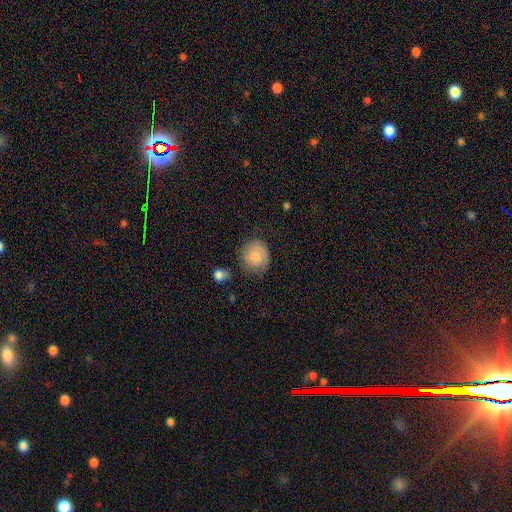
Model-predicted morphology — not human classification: Smooth or featured? smooth (76%)
How rounded? round (79%)
Merging? none (68%)